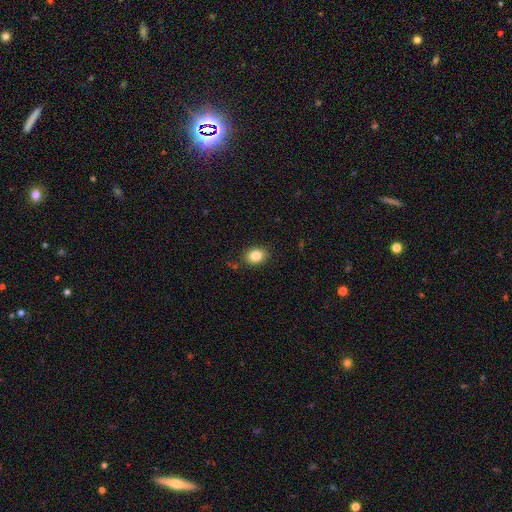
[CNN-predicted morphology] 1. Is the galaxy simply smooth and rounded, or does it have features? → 84% smooth, 9% star or artifact, 7% featured or disk.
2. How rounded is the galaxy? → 62% in between, 37% round, 1% cigar-shaped.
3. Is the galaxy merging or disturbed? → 86% none, 10% minor disturbance, 2% major disturbance, 2% merger.